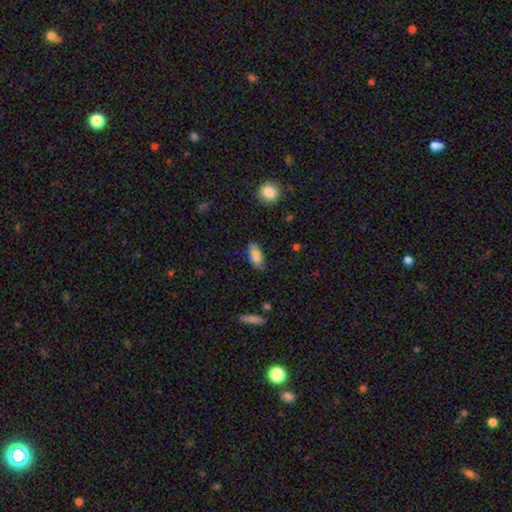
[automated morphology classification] This appears to be a smooth galaxy with no disk features (75%) that is in between round and cigar-shaped (83%). Merging: none (69%).